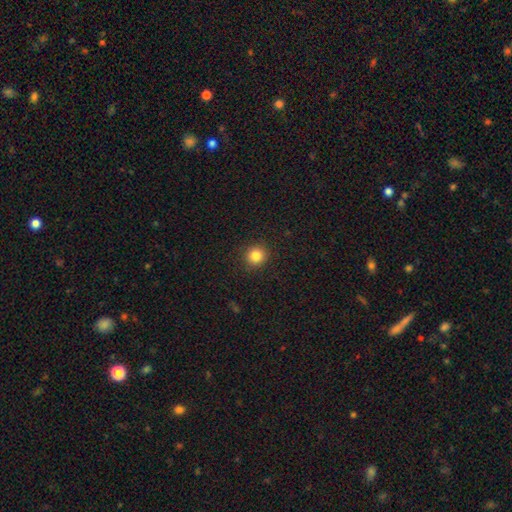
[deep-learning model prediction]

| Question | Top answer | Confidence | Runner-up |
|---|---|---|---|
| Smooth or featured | smooth | 84% | star or artifact (11%) |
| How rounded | round | 92% | in between (7%) |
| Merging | none | 92% | minor disturbance (6%) |